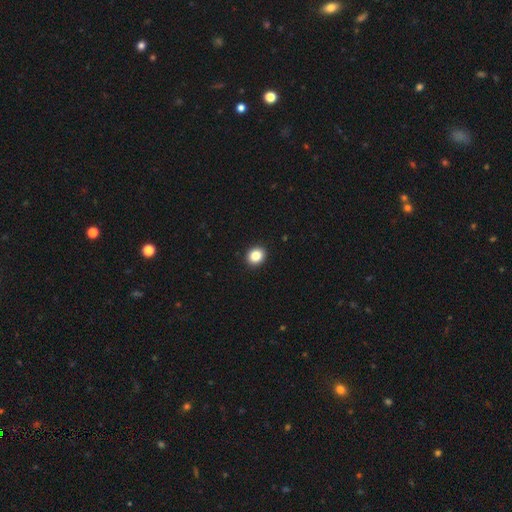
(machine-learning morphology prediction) A smooth galaxy with no disk features (86%) that is round (69%).

Vote fractions:
- Smooth or featured? smooth: 86% / star or artifact: 10% / featured or disk: 5%
- How rounded? round: 69% / in between: 30% / cigar-shaped: 1%
- Merging? none: 93% / minor disturbance: 5% / major disturbance: 2% / merger: 1%